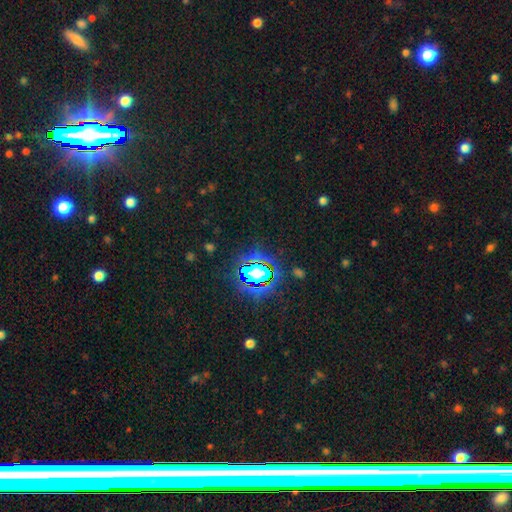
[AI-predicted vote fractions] Overall: star or artifact (77%).